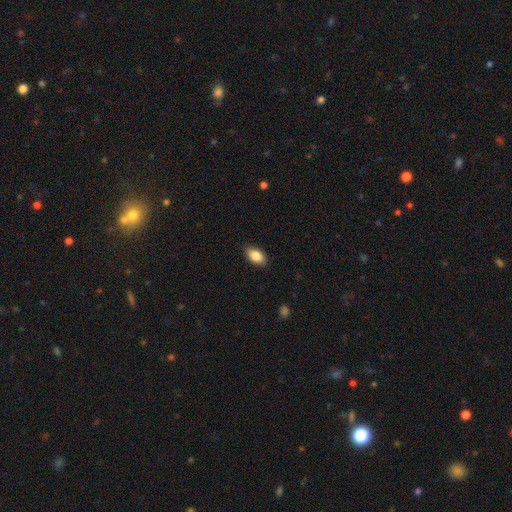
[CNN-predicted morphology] Smooth or featured? Predicted: smooth (p=0.86). How rounded? Predicted: in between (p=0.92). Merging? Predicted: none (p=0.84).